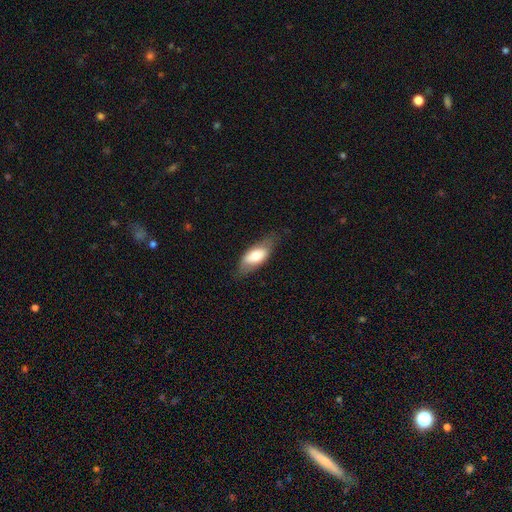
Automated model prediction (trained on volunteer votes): Morphology: type=smooth (63%); roundness=in between (85%); merging=none (70%).